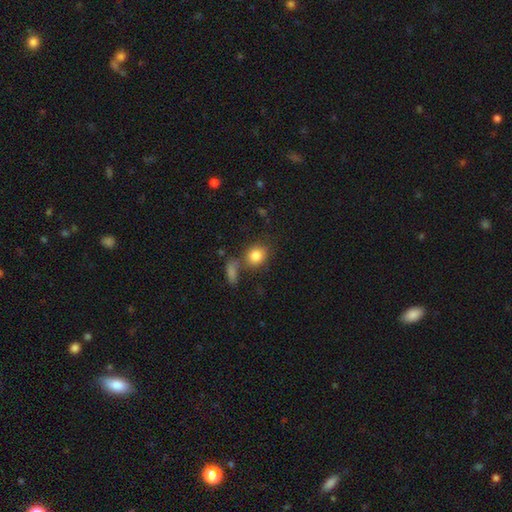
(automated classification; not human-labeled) Smooth or featured? Predicted: smooth (p=0.84). How rounded? Predicted: round (p=0.60). Merging? Predicted: none (p=0.62).